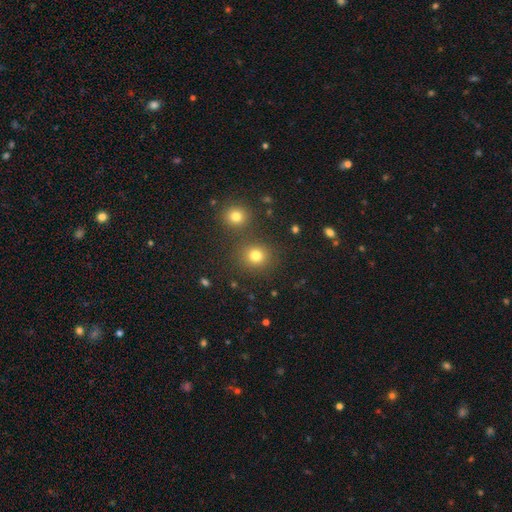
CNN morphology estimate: smooth-or-featured: smooth: 77% | star or artifact: 17% | featured or disk: 6%
  how-rounded: round: 87% | in between: 12% | cigar-shaped: 1%
  merging: none: 79% | merger: 10% | minor disturbance: 8% | major disturbance: 3%